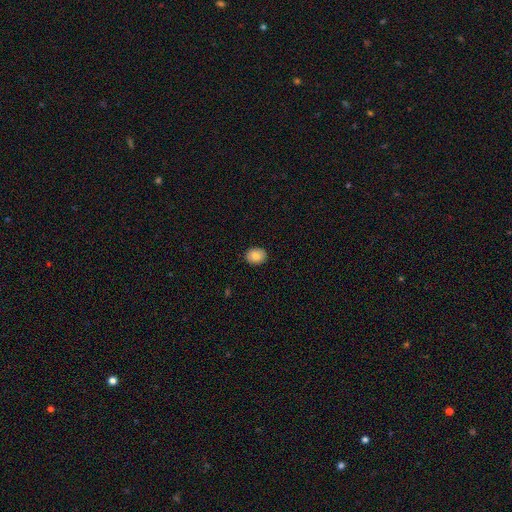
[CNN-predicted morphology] This appears to be a smooth galaxy with no disk features (84%) that is round (55%). Merging: none (90%).